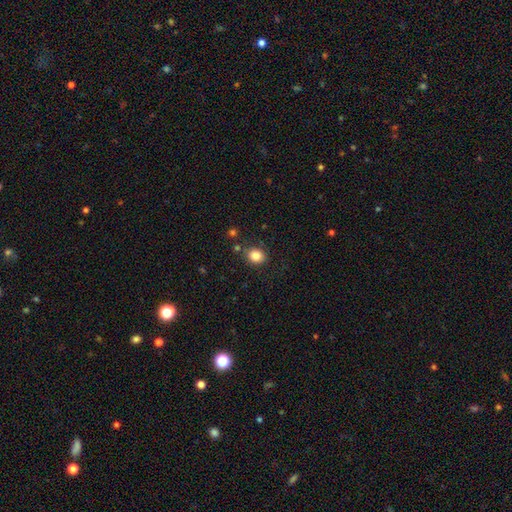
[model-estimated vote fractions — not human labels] smooth 84%, star or artifact 10%, featured or disk 5%. Down the decision tree: how rounded — round (63%); merging — none (81%).